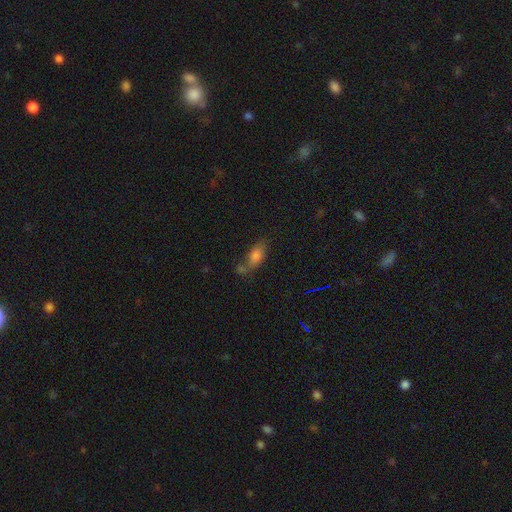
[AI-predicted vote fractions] smooth-or-featured: smooth: 76% | featured or disk: 13% | star or artifact: 11%
  how-rounded: in between: 84% | cigar-shaped: 10% | round: 6%
  merging: none: 42% | merger: 25% | minor disturbance: 21% | major disturbance: 12%